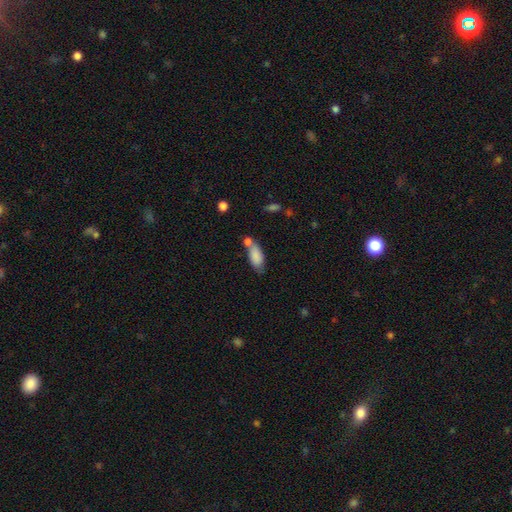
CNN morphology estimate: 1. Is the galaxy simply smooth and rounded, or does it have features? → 84% smooth, 8% featured or disk, 7% star or artifact.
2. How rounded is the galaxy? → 83% in between, 15% cigar-shaped, 2% round.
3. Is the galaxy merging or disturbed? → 49% none, 26% merger, 19% minor disturbance, 6% major disturbance.